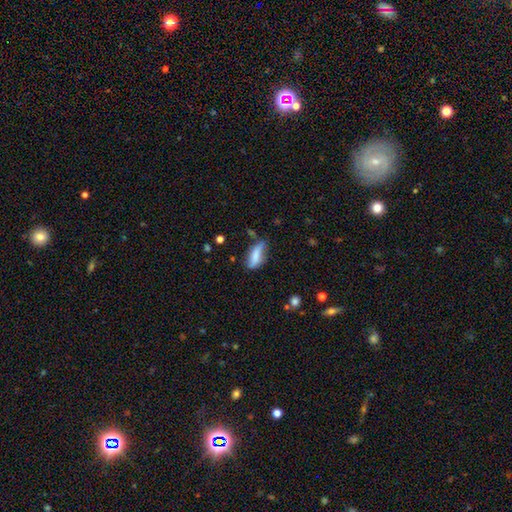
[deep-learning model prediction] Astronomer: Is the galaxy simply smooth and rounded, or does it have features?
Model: smooth — 71%.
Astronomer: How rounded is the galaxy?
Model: in between — 66%.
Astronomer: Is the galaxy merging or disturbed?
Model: none — 54% (runner-up: minor disturbance, 32%).